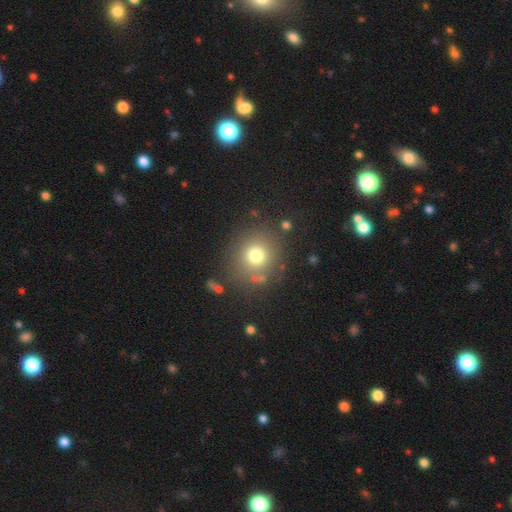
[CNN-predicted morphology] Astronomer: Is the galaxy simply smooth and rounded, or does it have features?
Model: smooth — 74%.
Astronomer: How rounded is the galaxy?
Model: round — 85%.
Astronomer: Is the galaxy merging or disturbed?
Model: none — 80%.